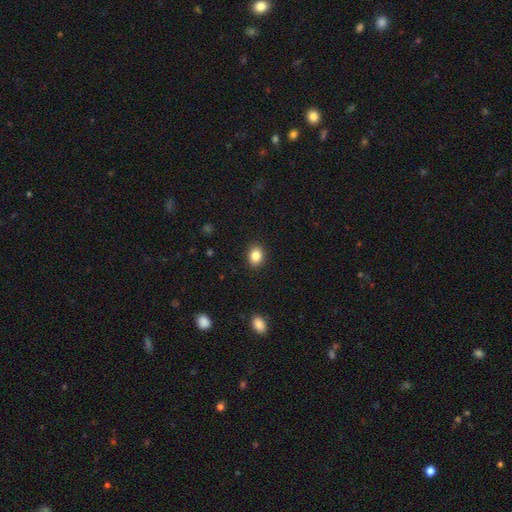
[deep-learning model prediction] A smooth galaxy with no disk features (85%) that is in between round and cigar-shaped (55%). Merging: none (90%).